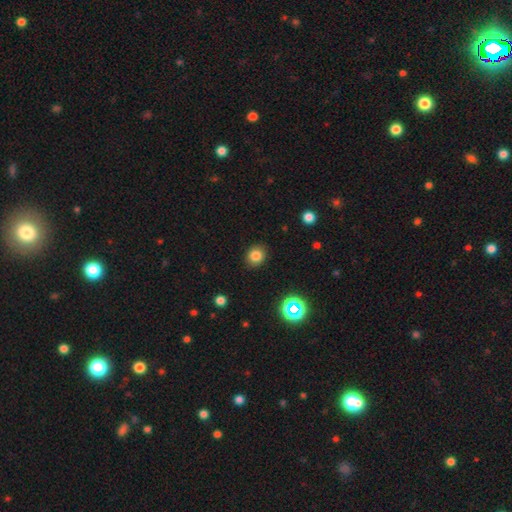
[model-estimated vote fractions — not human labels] Smooth or featured: smooth — 81% (star or artifact — 13%)
How rounded: round — 77% (in between — 22%)
Merging: none — 89% (minor disturbance — 7%)